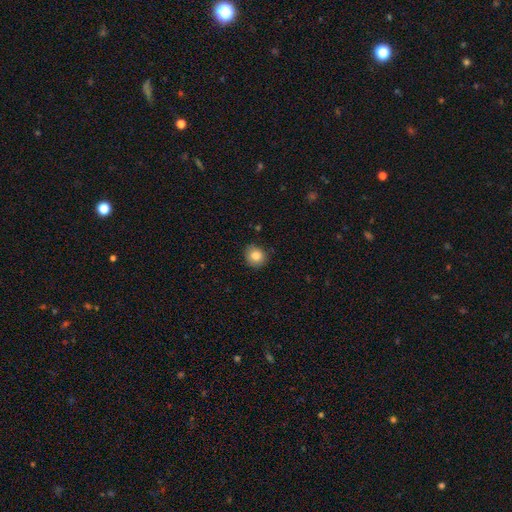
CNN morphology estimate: A smooth galaxy with no disk features (85%) that is round (86%).

Vote fractions:
- Smooth or featured? smooth: 85% / star or artifact: 9% / featured or disk: 6%
- How rounded? round: 86% / in between: 13% / cigar-shaped: 1%
- Merging? none: 84% / minor disturbance: 12% / major disturbance: 2% / merger: 1%